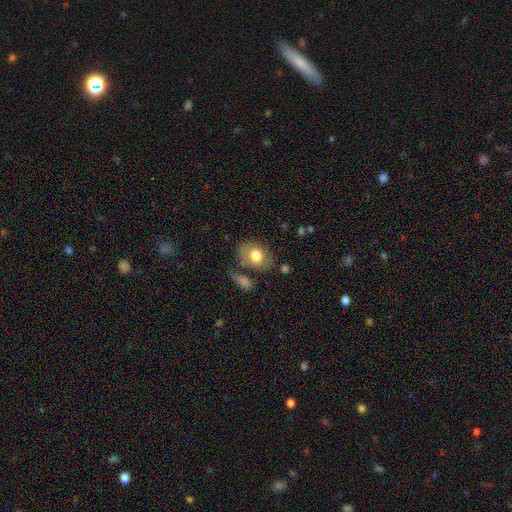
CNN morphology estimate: The model was most divided on "how rounded": in between: 66%, round: 33%, cigar-shaped: 1%. More confident: smooth or featured — smooth (72%); merging — none (61%).